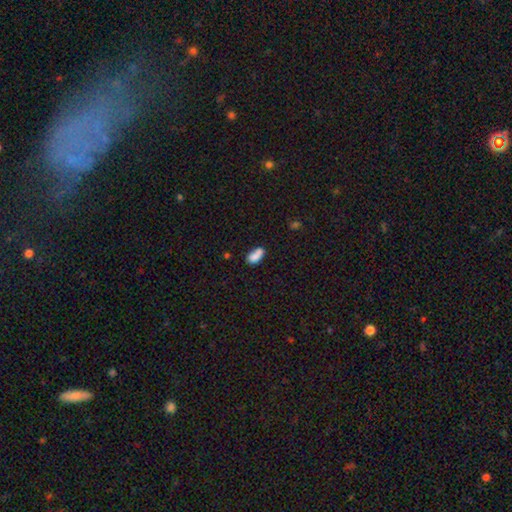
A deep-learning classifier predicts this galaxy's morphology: Smooth or featured? Predicted: smooth (p=0.78). How rounded? Predicted: in between (p=0.86). Merging? Predicted: merger (p=0.38).